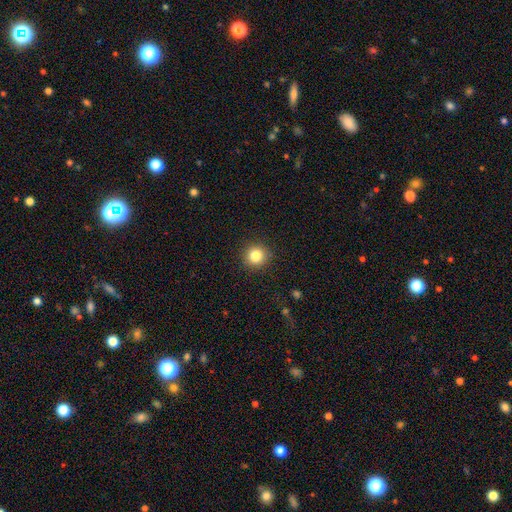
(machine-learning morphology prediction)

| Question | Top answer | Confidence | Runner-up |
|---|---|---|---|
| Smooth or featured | smooth | 83% | star or artifact (11%) |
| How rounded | round | 93% | in between (6%) |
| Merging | none | 91% | minor disturbance (6%) |